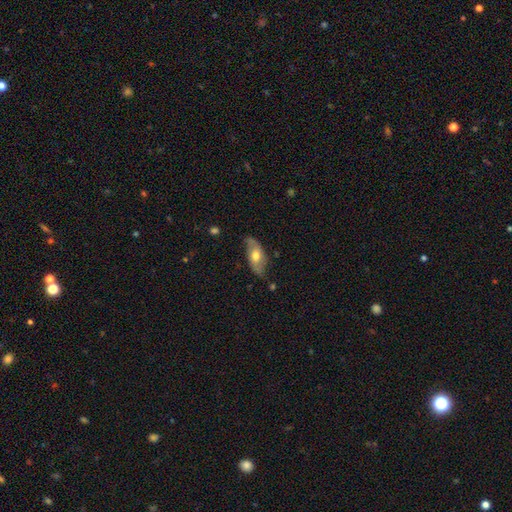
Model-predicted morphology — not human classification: type=smooth (50%); roundness=in between (87%); merging=none (68%).